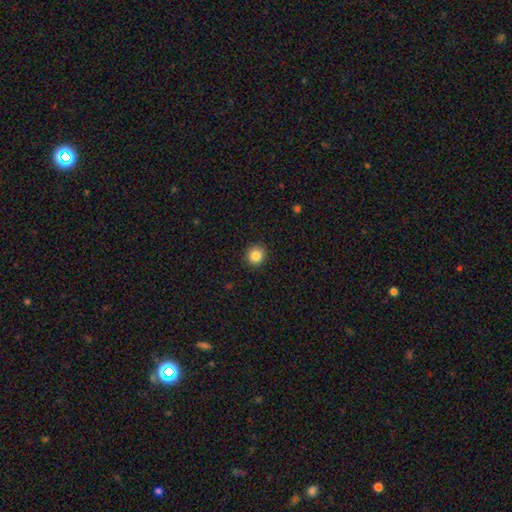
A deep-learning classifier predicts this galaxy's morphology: This is clearly a smooth galaxy (85%). How rounded: clearly round (91%). Merging: clearly none (92%).